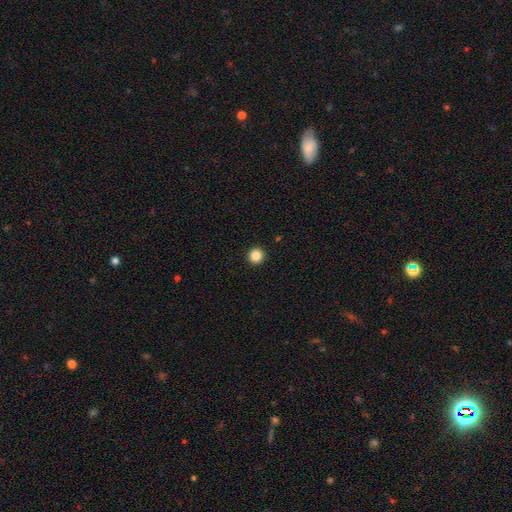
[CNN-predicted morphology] Smooth or featured?
  - smooth: 86% *
  - star or artifact: 11%
  - featured or disk: 4%
How rounded?
  - round: 95% *
  - in between: 4%
  - cigar-shaped: 1%
Merging?
  - none: 94% *
  - minor disturbance: 4%
  - major disturbance: 1%
  - merger: 1%